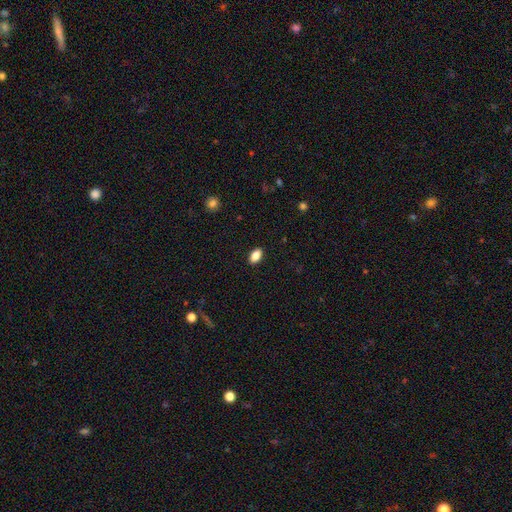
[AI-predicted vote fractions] Smooth or featured? smooth (84%)
How rounded? in between (90%)
Merging? none (89%)